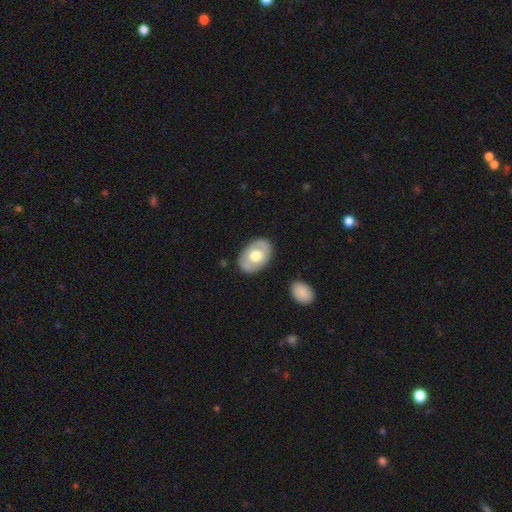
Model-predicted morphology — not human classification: smooth_or_featured: smooth (p=0.52) [alt: featured or disk p=0.43]
how_rounded: in between (p=0.84) [alt: round p=0.15]
merging: none (p=0.80) [alt: minor disturbance p=0.14]